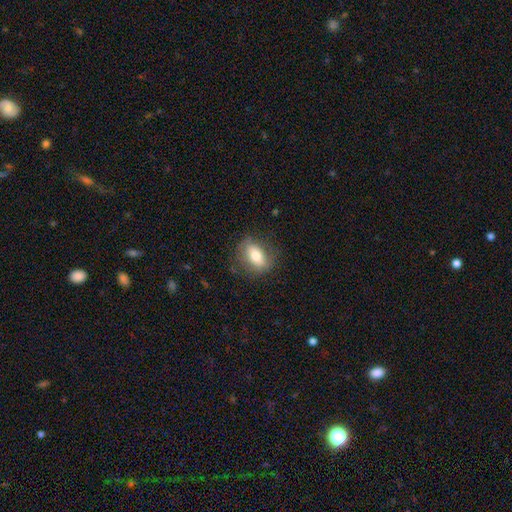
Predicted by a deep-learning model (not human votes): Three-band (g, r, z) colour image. It shows a smooth galaxy with no disk features (70%) that is in between round and cigar-shaped (79%). Merging: none (77%).